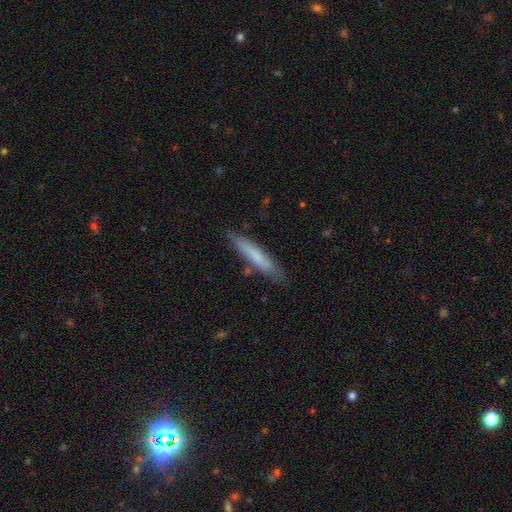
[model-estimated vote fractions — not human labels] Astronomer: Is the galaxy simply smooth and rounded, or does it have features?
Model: smooth — 69%.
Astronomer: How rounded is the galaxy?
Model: cigar-shaped — 92%.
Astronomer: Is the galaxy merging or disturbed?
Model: none — 81%.